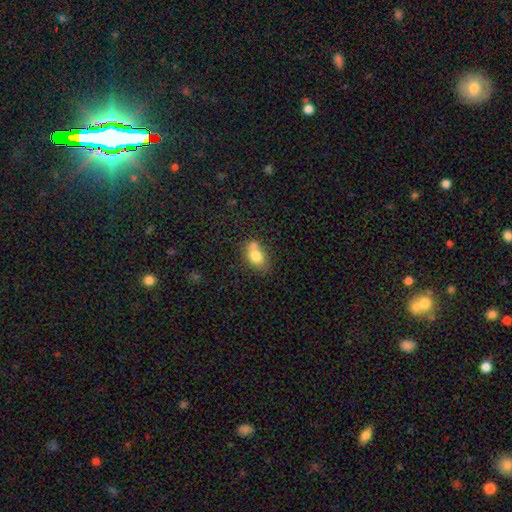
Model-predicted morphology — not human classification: This is likely a smooth galaxy (76%). How rounded: likely in between (74%). Merging: marginally none (44%).